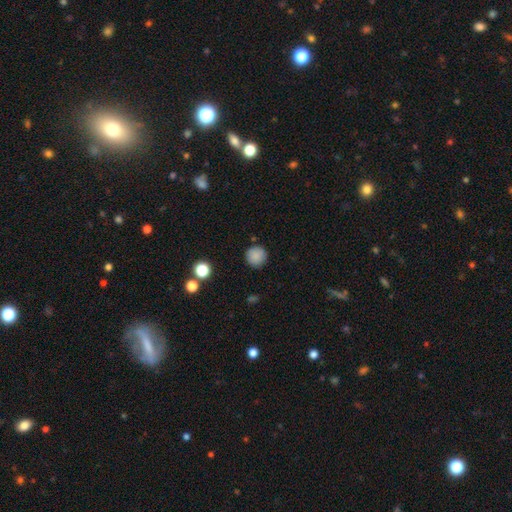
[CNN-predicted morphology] Smooth or featured?
  - smooth: 86% *
  - star or artifact: 9%
  - featured or disk: 4%
How rounded?
  - round: 94% *
  - in between: 5%
  - cigar-shaped: 1%
Merging?
  - none: 88% *
  - minor disturbance: 8%
  - major disturbance: 2%
  - merger: 2%